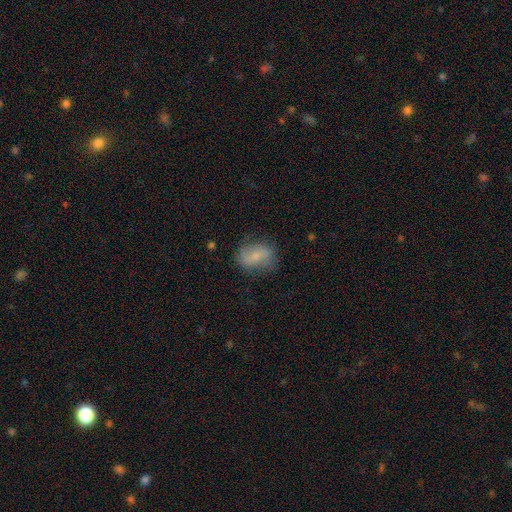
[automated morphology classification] Q: Smooth or featured?
A: smooth (47%); runner-up: featured or disk (44%)
Q: Merging?
A: none (71%); runner-up: minor disturbance (20%)